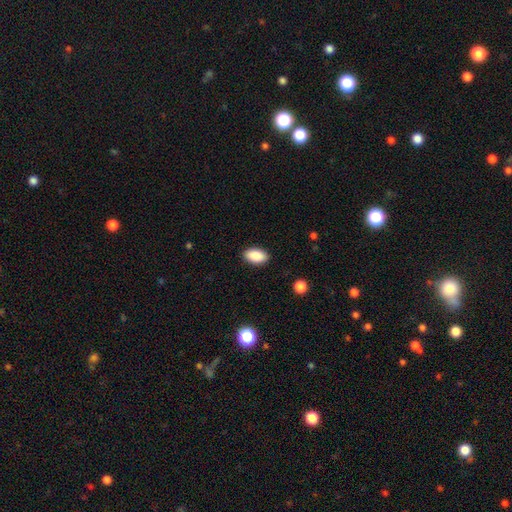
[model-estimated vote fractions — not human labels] Smooth or featured?
  - smooth: 90% *
  - star or artifact: 7%
  - featured or disk: 4%
How rounded?
  - in between: 94% *
  - round: 4%
  - cigar-shaped: 2%
Merging?
  - none: 89% *
  - minor disturbance: 8%
  - major disturbance: 2%
  - merger: 1%